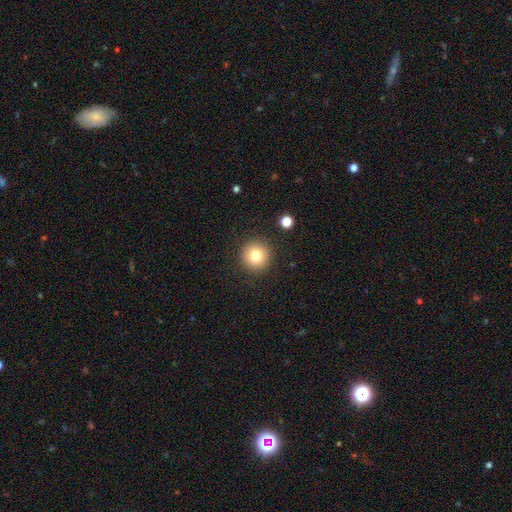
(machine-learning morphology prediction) smooth-or-featured: smooth: 79% | star or artifact: 12% | featured or disk: 10%
  how-rounded: round: 96% | in between: 3% | cigar-shaped: 1%
  merging: none: 90% | minor disturbance: 6% | major disturbance: 2% | merger: 2%